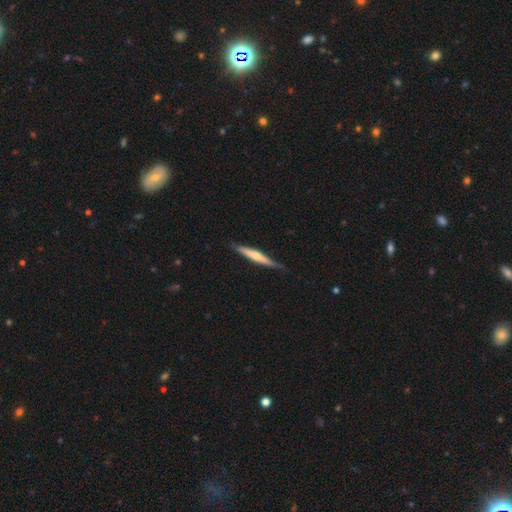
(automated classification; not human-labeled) Smooth or featured: featured or disk — 52% (smooth — 43%)
Edge-on disk: yes — 96% (no — 4%)
Edge-on bulge: rounded — 64% (none — 29%)
Merging: none — 84% (minor disturbance — 13%)